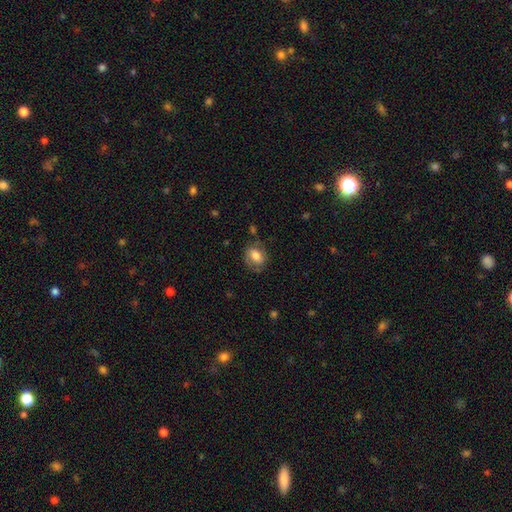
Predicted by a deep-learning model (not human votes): Q: Smooth or featured?
A: smooth (61%); runner-up: featured or disk (31%)
Q: How rounded?
A: in between (67%); runner-up: round (32%)
Q: Merging?
A: none (65%); runner-up: minor disturbance (22%)